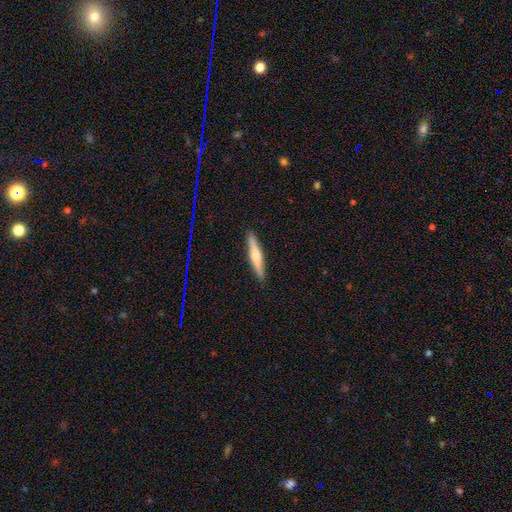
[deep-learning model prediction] A featured or disk galaxy (50%) viewed edge-on (96%).

Vote fractions:
- Smooth or featured? featured or disk: 50% / smooth: 44% / star or artifact: 6%
- Edge-on disk? yes: 96% / no: 4%
- Merging? none: 91% / minor disturbance: 6% / major disturbance: 1% / merger: 1%